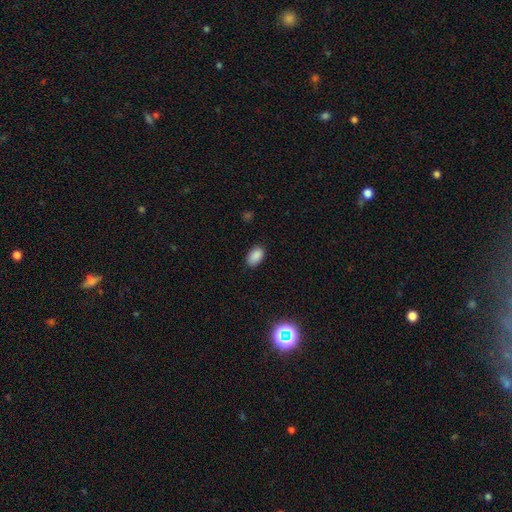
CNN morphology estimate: A smooth galaxy with no disk features (89%) that is in between round and cigar-shaped (93%).

Vote fractions:
- Smooth or featured? smooth: 89% / star or artifact: 8% / featured or disk: 3%
- How rounded? in between: 93% / round: 6% / cigar-shaped: 2%
- Merging? none: 86% / minor disturbance: 11% / major disturbance: 2% / merger: 1%